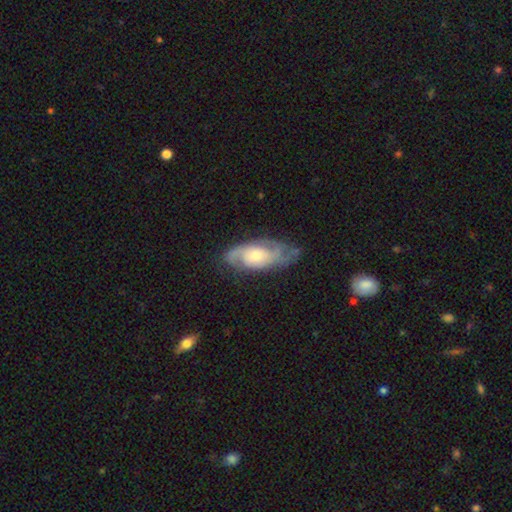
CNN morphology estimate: This appears to be a featured or disk galaxy (77%) with no bar (69%), 2 (62%) medium (44%) spiral arms (93%) and a moderate central bulge (49%). Merging: none (66%).